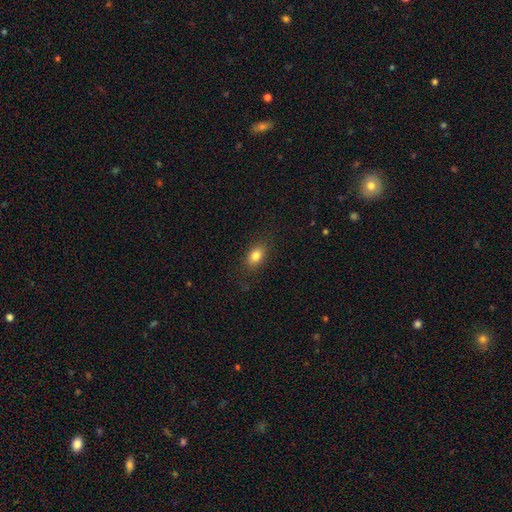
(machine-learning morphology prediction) Overall: smooth (82%). How rounded: in between (80%). Merging: none (85%).